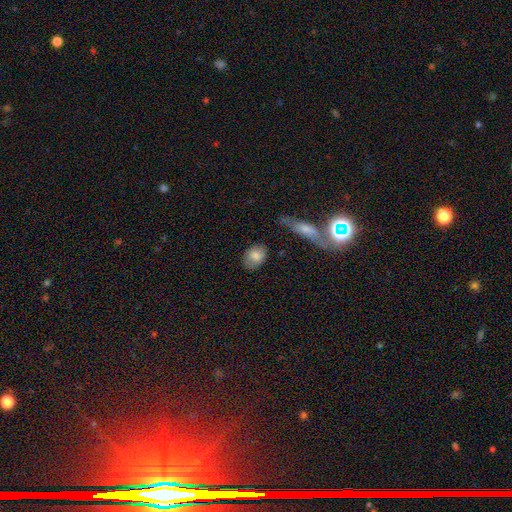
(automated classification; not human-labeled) A smooth galaxy with no disk features (82%) that is in between round and cigar-shaped (67%).

Vote fractions:
- Smooth or featured? smooth: 82% / featured or disk: 11% / star or artifact: 7%
- How rounded? in between: 67% / round: 31% / cigar-shaped: 2%
- Merging? none: 78% / minor disturbance: 15% / major disturbance: 4% / merger: 3%